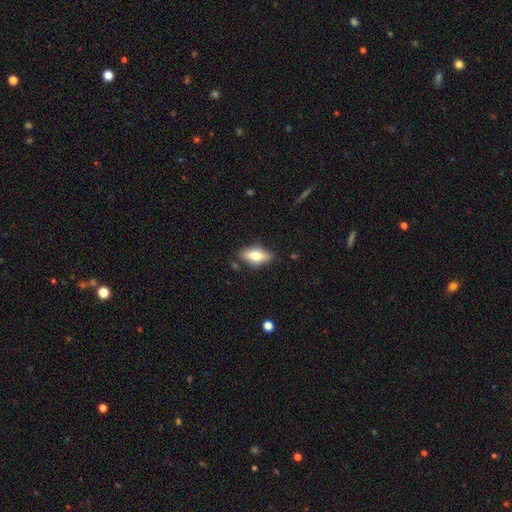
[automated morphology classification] A smooth galaxy with no disk features (64%) that is in between round and cigar-shaped (82%). Merging: none (78%).